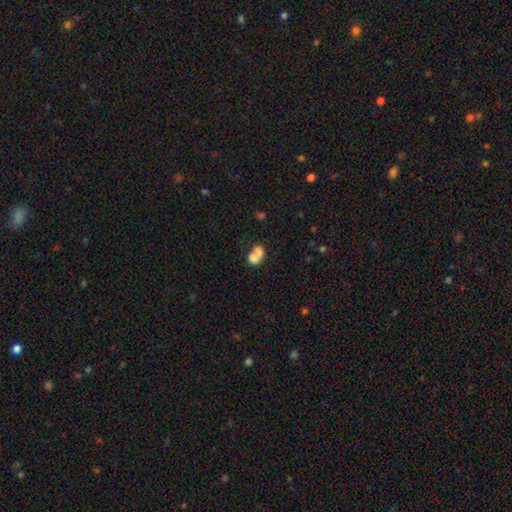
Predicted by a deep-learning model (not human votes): Smooth or featured?
  - smooth: 69% *
  - featured or disk: 21%
  - star or artifact: 10%
How rounded?
  - in between: 63% *
  - round: 36%
  - cigar-shaped: 1%
Merging?
  - merger: 64% *
  - none: 20%
  - minor disturbance: 9%
  - major disturbance: 7%